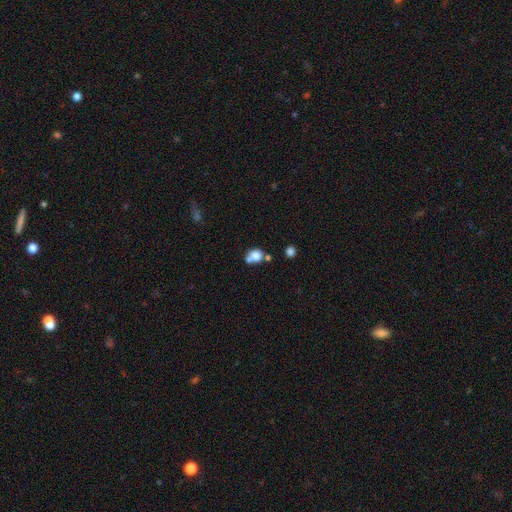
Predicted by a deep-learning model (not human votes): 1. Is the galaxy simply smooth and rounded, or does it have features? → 76% smooth, 12% star or artifact, 12% featured or disk.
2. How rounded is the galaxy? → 73% round, 26% in between, 1% cigar-shaped.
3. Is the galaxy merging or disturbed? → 46% none, 37% merger, 11% minor disturbance, 6% major disturbance.